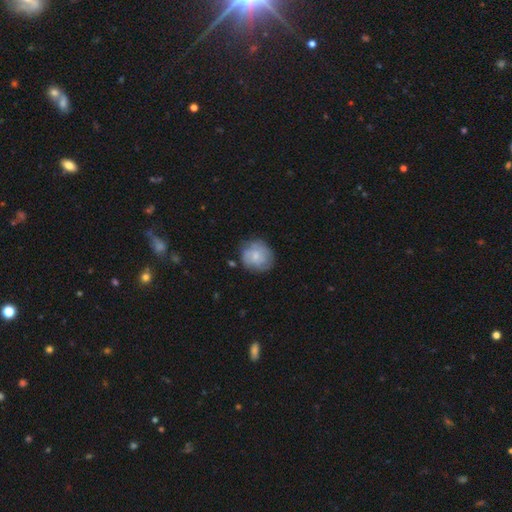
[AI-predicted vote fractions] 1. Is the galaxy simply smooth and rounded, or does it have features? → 63% smooth, 30% featured or disk, 7% star or artifact.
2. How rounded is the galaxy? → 84% round, 15% in between, 1% cigar-shaped.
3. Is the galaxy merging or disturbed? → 70% none, 21% minor disturbance, 6% major disturbance, 2% merger.